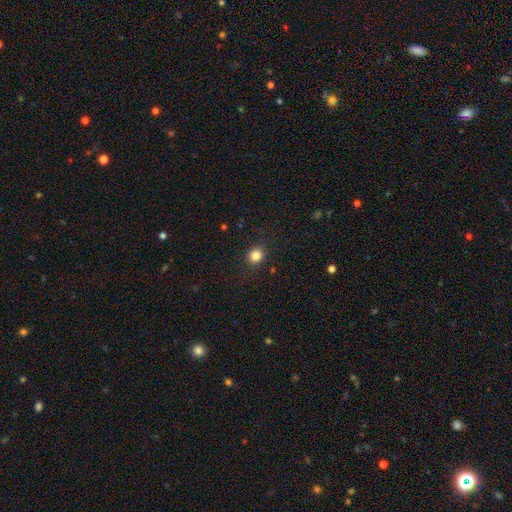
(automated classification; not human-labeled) Smooth or featured: smooth — 84% (star or artifact — 12%)
How rounded: round — 83% (in between — 16%)
Merging: none — 88% (minor disturbance — 8%)